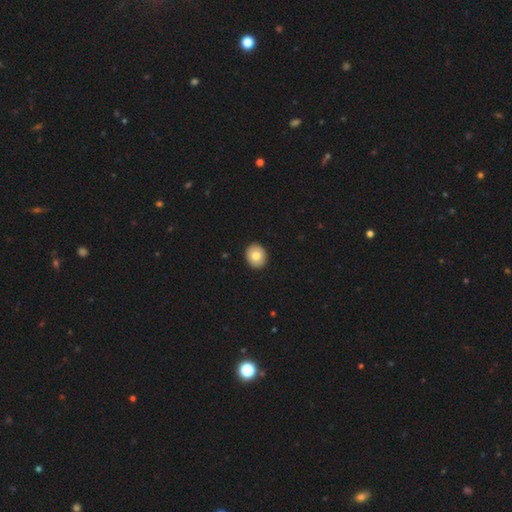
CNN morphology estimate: Smooth or featured: smooth — 78% (featured or disk — 15%)
How rounded: round — 68% (in between — 31%)
Merging: none — 92% (minor disturbance — 5%)